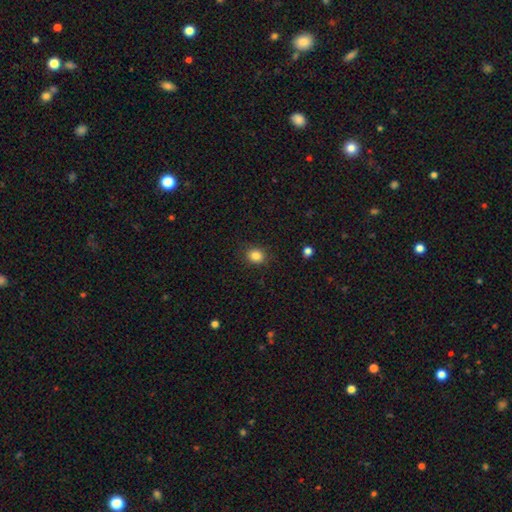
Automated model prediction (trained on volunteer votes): smooth_or_featured: smooth (p=0.85) [alt: star or artifact p=0.10]
how_rounded: round (p=0.67) [alt: in between p=0.32]
merging: none (p=0.87) [alt: minor disturbance p=0.09]